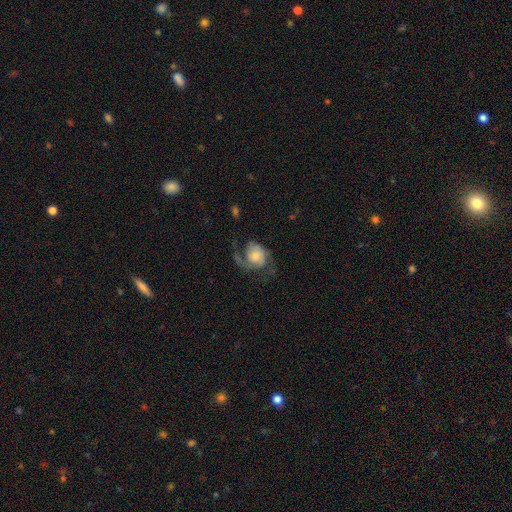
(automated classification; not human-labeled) Smooth or featured? Predicted: featured or disk (p=0.69). Edge-on disk? Predicted: no (p=0.98). Bar? Predicted: no (p=0.74). Spiral arms? Predicted: yes (p=0.92). Spiral winding? Predicted: medium (p=0.43). Spiral arm count? Predicted: 2 (p=0.72). Bulge size? Predicted: moderate (p=0.31). Merging? Predicted: none (p=0.50).